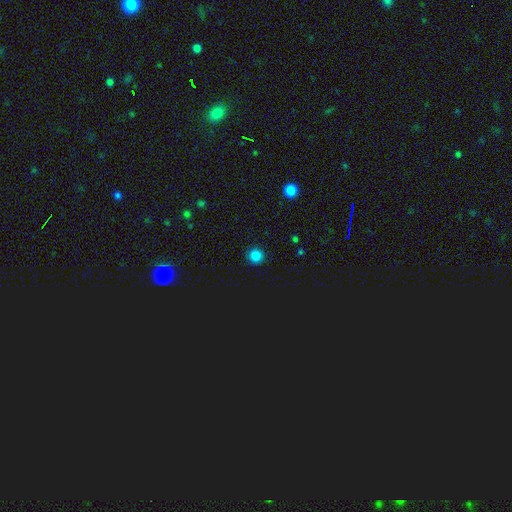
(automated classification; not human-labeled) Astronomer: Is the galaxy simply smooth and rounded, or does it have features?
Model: smooth — 82%.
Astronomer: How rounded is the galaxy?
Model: round — 94%.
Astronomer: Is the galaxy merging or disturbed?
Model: none — 91%.